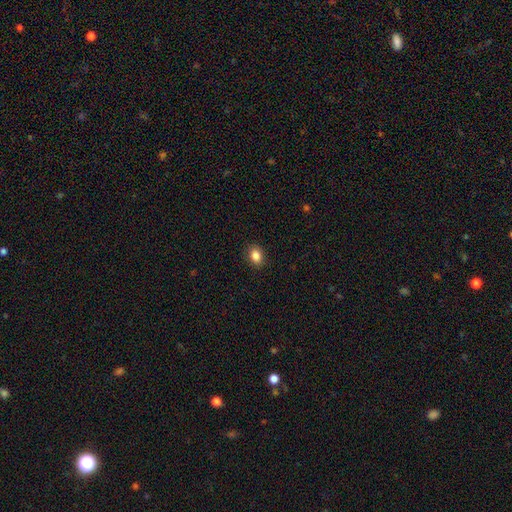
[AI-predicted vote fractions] smooth 86%, star or artifact 10%, featured or disk 5%. Down the decision tree: how rounded — in between (53%); merging — none (90%).